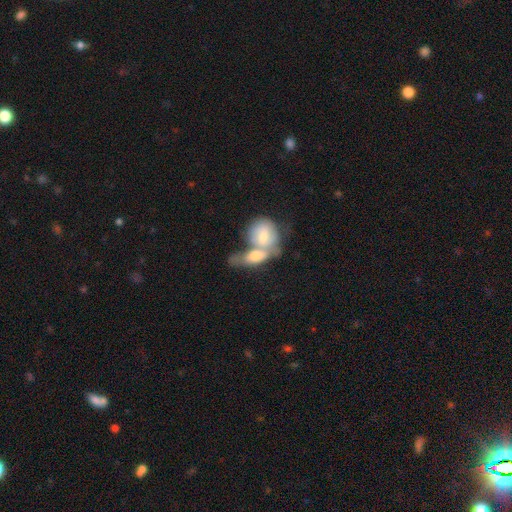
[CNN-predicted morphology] type=smooth (65%); roundness=in between (68%); merging=merger (73%).